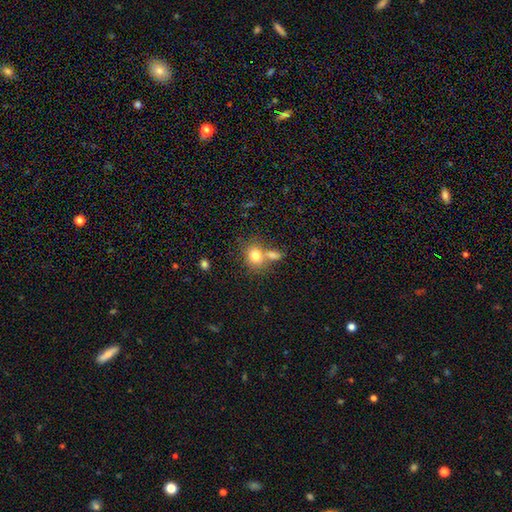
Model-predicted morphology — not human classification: A smooth galaxy with no disk features (79%) that is round (64%). Merging: none (46%).